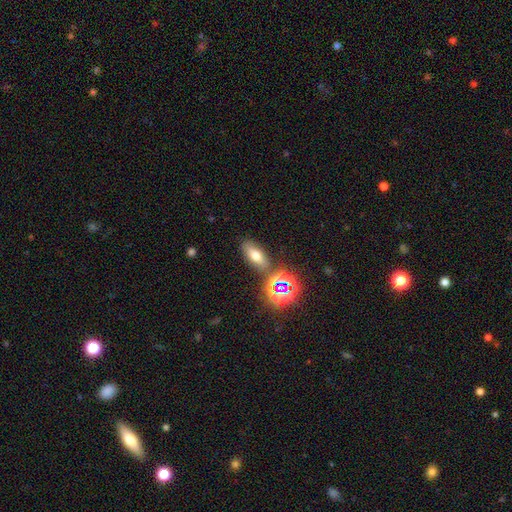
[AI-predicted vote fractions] Smooth or featured?
  - smooth: 59% *
  - star or artifact: 24%
  - featured or disk: 17%
How rounded?
  - in between: 72% *
  - cigar-shaped: 16%
  - round: 13%
Merging?
  - none: 78% *
  - minor disturbance: 10%
  - merger: 8%
  - major disturbance: 4%